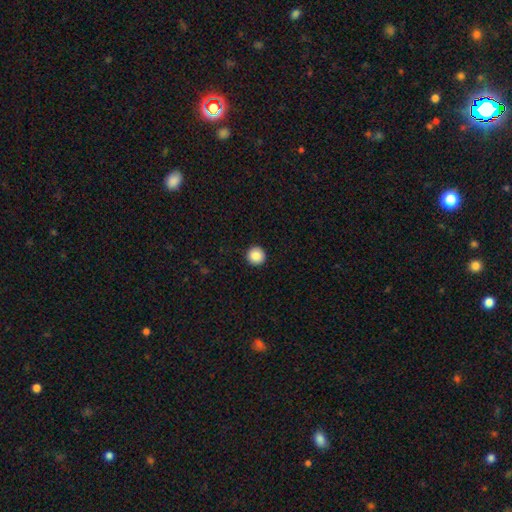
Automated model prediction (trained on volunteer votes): This appears to be a smooth galaxy with no disk features (88%) that is round (96%). Merging: none (93%).